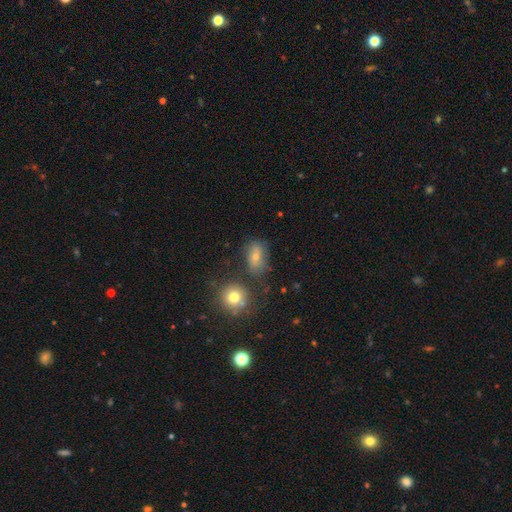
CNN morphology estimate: This appears to be a smooth galaxy with no disk features (56%) that is in between round and cigar-shaped (68%). Merging: none (61%).